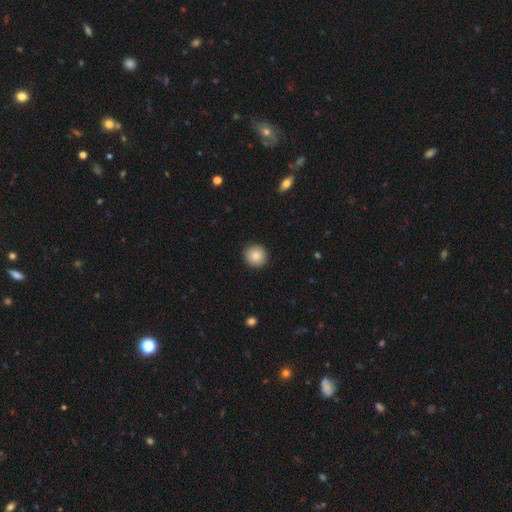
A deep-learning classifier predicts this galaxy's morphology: Overall: smooth (84%). How rounded: round (93%). Merging: none (92%).